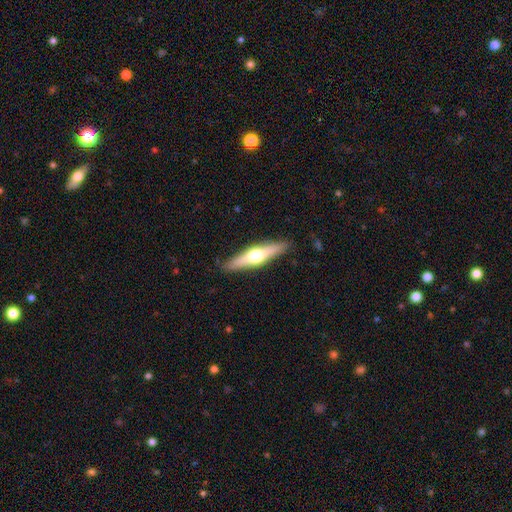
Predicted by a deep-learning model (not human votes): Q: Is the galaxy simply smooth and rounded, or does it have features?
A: featured or disk — 59%.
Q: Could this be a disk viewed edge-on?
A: yes — 95%.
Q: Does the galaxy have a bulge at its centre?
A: rounded — 94%.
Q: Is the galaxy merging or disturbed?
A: none — 89%.